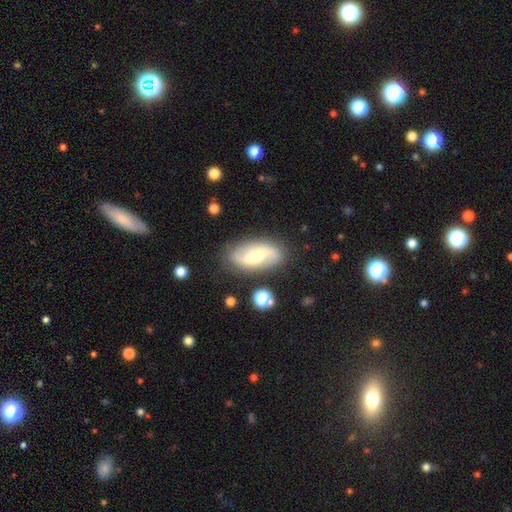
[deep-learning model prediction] A featured or disk galaxy (75%) with a weak bar (44%), 2 (91%) loose (63%) spiral arms (91%) and a moderate central bulge (59%). Merging: none (83%).